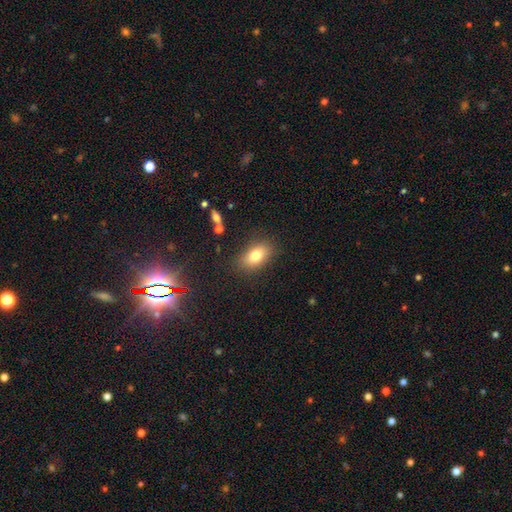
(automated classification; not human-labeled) smooth-or-featured: smooth: 79% | featured or disk: 12% | star or artifact: 9%
  how-rounded: in between: 87% | round: 10% | cigar-shaped: 4%
  merging: none: 82% | minor disturbance: 13% | major disturbance: 4% | merger: 2%